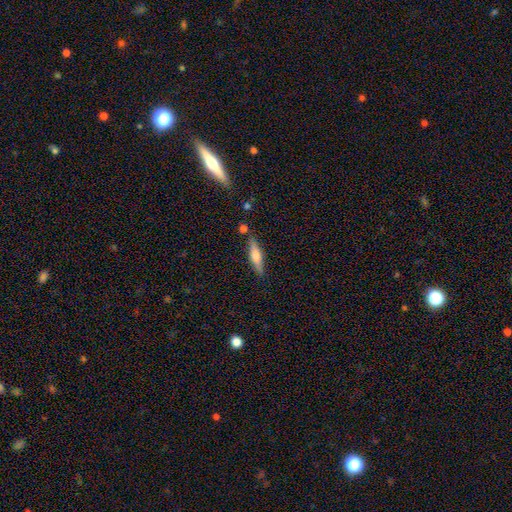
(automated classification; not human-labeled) Smooth or featured? smooth (52%)
How rounded? cigar-shaped (77%)
Merging? none (83%)